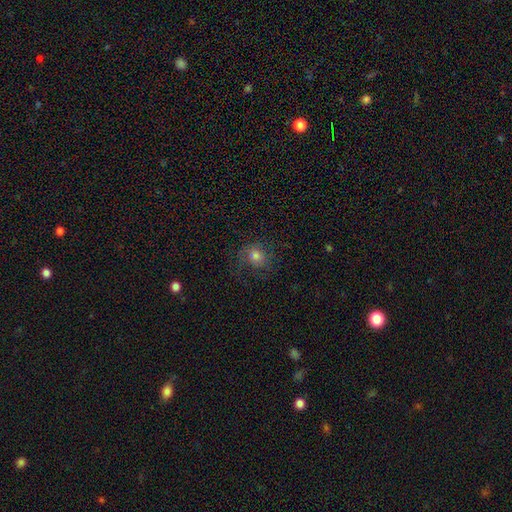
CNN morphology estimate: smooth-or-featured: smooth: 58% | featured or disk: 27% | star or artifact: 15%
  how-rounded: round: 80% | in between: 19% | cigar-shaped: 1%
  merging: none: 62% | major disturbance: 18% | minor disturbance: 18% | merger: 1%